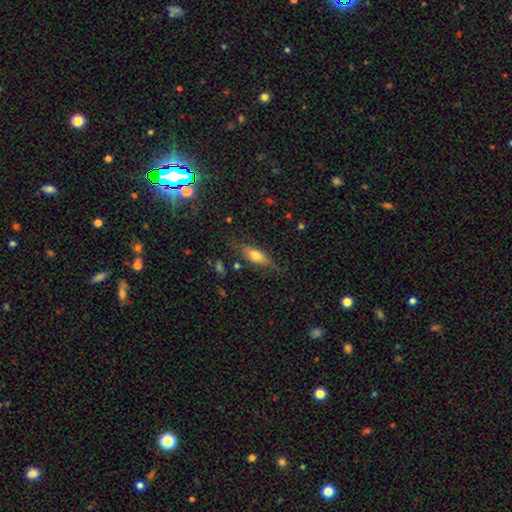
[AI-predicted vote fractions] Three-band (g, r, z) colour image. It shows a smooth galaxy with no disk features (60%) that is in between round and cigar-shaped (60%). Merging: none (71%).